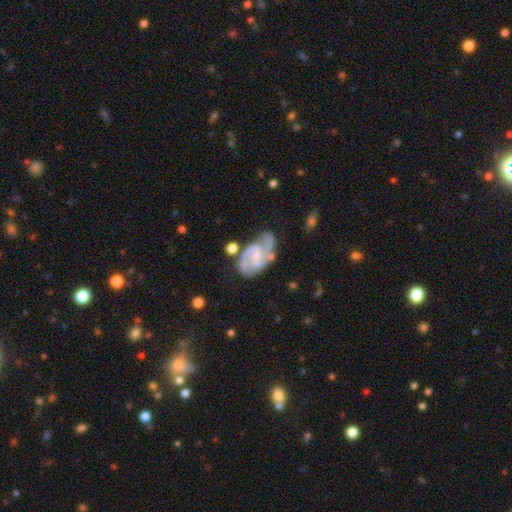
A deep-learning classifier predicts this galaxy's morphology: Smooth or featured: featured or disk — 90% (smooth — 6%)
Edge-on disk: no — 98% (yes — 2%)
Bar: weak — 48% (no — 38%)
Spiral arms: yes — 98% (no — 2%)
Spiral winding: medium — 54% (tight — 34%)
Spiral arm count: 2 — 84% (3 — 8%)
Bulge size: small — 61% (moderate — 23%)
Merging: none — 64% (minor disturbance — 22%)